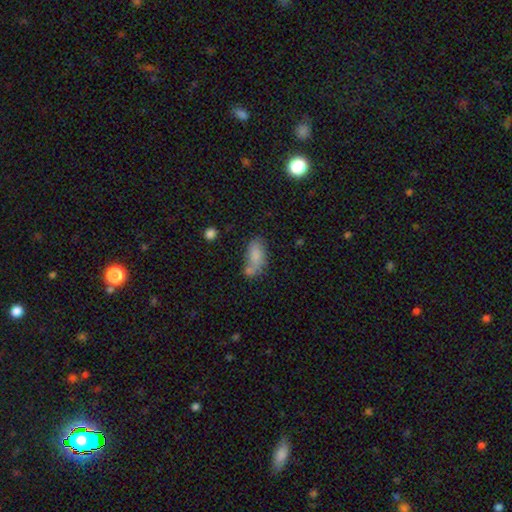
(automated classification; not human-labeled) A smooth galaxy with no disk features (78%) that is in between round and cigar-shaped (87%).

Vote fractions:
- Smooth or featured? smooth: 78% / featured or disk: 14% / star or artifact: 9%
- How rounded? in between: 87% / cigar-shaped: 10% / round: 4%
- Merging? none: 48% / merger: 22% / minor disturbance: 22% / major disturbance: 9%